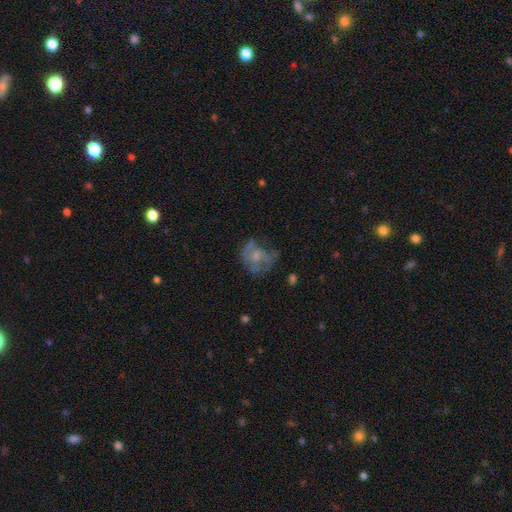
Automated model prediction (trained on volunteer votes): Q: Smooth or featured?
A: featured or disk (57%); runner-up: smooth (32%)
Q: Edge-on disk?
A: no (97%); runner-up: yes (3%)
Q: Bar?
A: no (77%); runner-up: weak (19%)
Q: Spiral arms?
A: no (52%); runner-up: yes (48%)
Q: Bulge size?
A: small (38%); runner-up: moderate (37%)
Q: Merging?
A: none (46%); runner-up: major disturbance (27%)